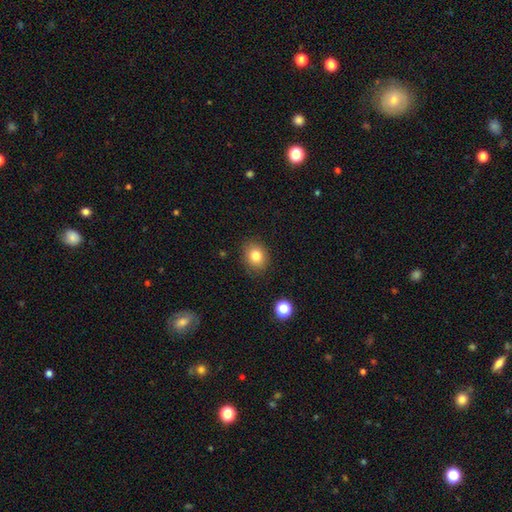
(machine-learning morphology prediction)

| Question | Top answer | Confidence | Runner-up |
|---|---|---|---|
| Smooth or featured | smooth | 81% | star or artifact (11%) |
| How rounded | round | 61% | in between (38%) |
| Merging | none | 86% | minor disturbance (10%) |